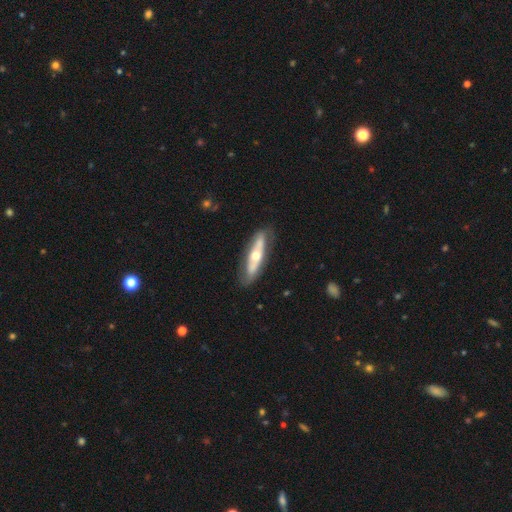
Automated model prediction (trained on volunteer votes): Smooth or featured?
  - featured or disk: 60% *
  - smooth: 35%
  - star or artifact: 5%
Edge-on disk?
  - no: 51% *
  - yes: 49%
Merging?
  - none: 77% *
  - minor disturbance: 16%
  - major disturbance: 5%
  - merger: 2%